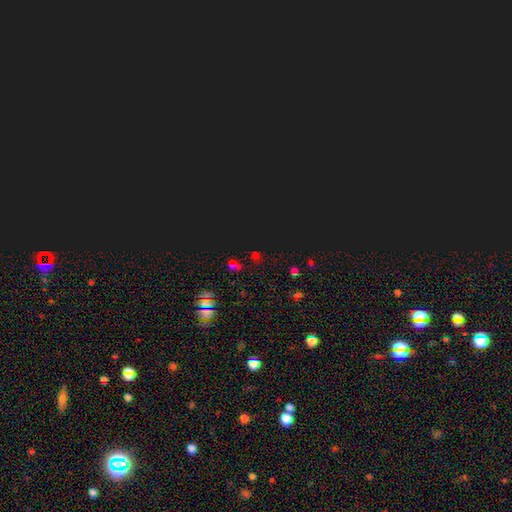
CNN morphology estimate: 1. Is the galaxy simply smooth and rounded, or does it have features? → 71% star or artifact, 23% smooth, 6% featured or disk.